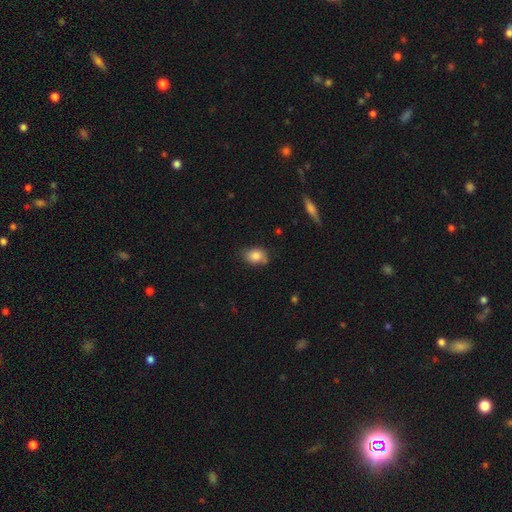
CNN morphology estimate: The model was most divided on "merging": none: 69%, minor disturbance: 24%, major disturbance: 4%, merger: 3%. More confident: smooth or featured — smooth (83%); how rounded — in between (74%).